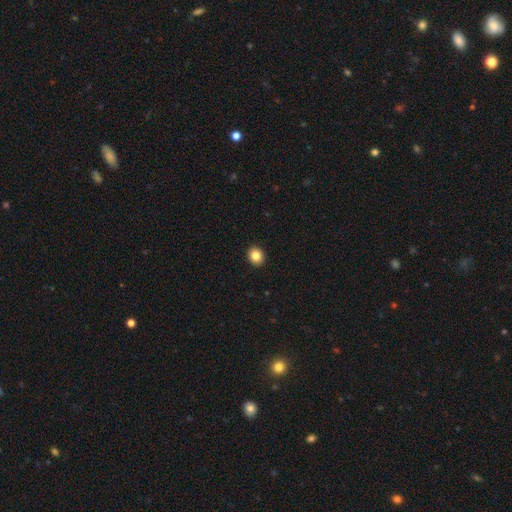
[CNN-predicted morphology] smooth_or_featured: smooth (p=0.85) [alt: star or artifact p=0.10]
how_rounded: round (p=0.74) [alt: in between p=0.25]
merging: none (p=0.93) [alt: minor disturbance p=0.05]